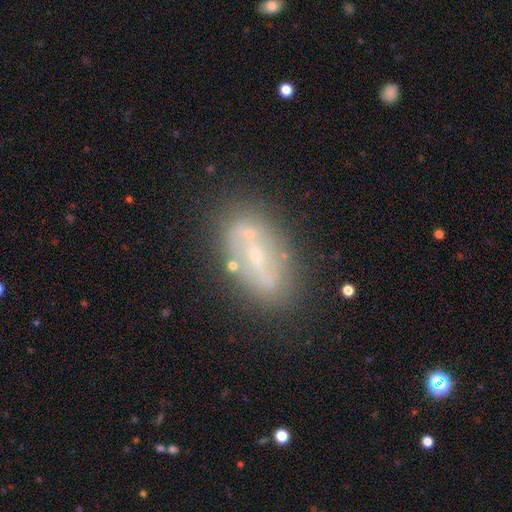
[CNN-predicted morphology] Overall: featured or disk (67%). Edge-on disk: no (84%). Bar: no (38%; strong 33%). Spiral arms: no (63%; yes 37%). Bulge size: small (75%). Merging: none (70%).